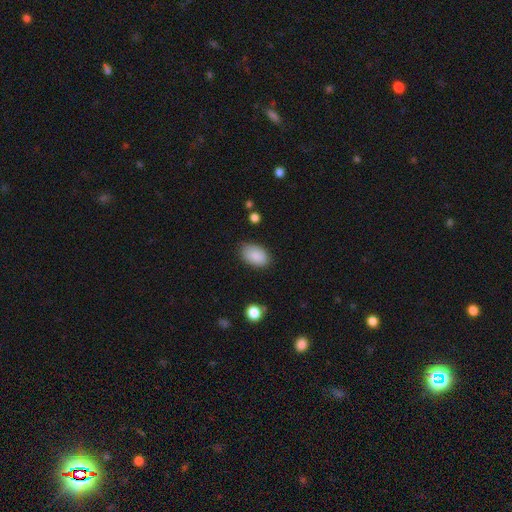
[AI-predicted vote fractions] A smooth galaxy with no disk features (88%) that is in between round and cigar-shaped (92%).

Vote fractions:
- Smooth or featured? smooth: 88% / star or artifact: 7% / featured or disk: 5%
- How rounded? in between: 92% / round: 7% / cigar-shaped: 1%
- Merging? none: 83% / minor disturbance: 13% / major disturbance: 3% / merger: 1%